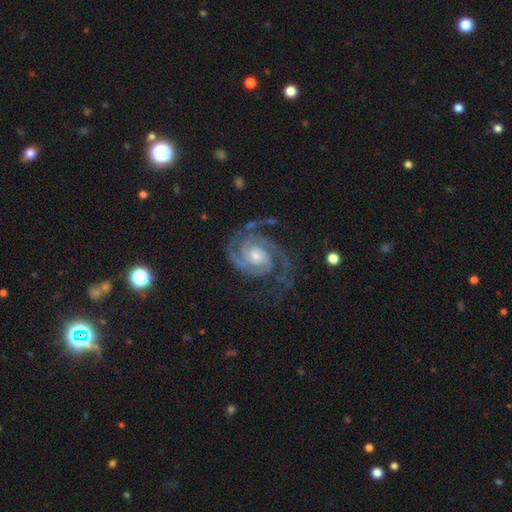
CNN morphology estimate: smooth_or_featured: featured or disk (p=0.93) [alt: star or artifact p=0.04]
disk_edge_on: no (p=0.98) [alt: yes p=0.02]
bar: no (p=0.55) [alt: weak p=0.35]
has_spiral_arms: yes (p=0.99) [alt: no p=0.01]
spiral_winding: tight (p=0.65) [alt: medium p=0.31]
spiral_arm_count: 2 (p=0.64) [alt: 3 p=0.20]
bulge_size: moderate (p=0.51) [alt: small p=0.40]
merging: none (p=0.70) [alt: minor disturbance p=0.18]